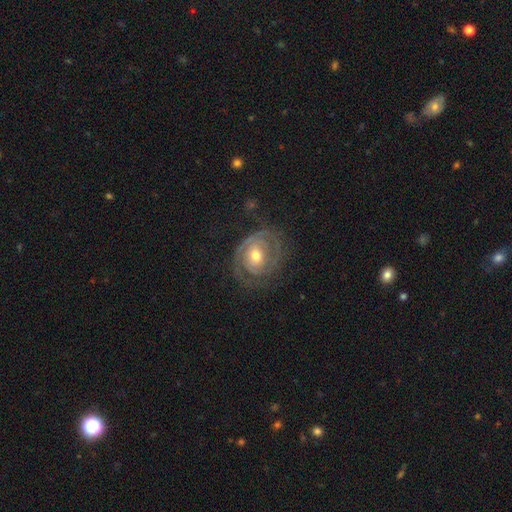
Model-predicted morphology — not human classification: Smooth or featured? featured or disk (82%)
Edge-on disk? no (97%)
Bar? no (59%)
Spiral arms? yes (89%)
Spiral winding? tight (70%)
Spiral arm count? 2 (40%)
Bulge size? moderate (67%)
Merging? none (66%)